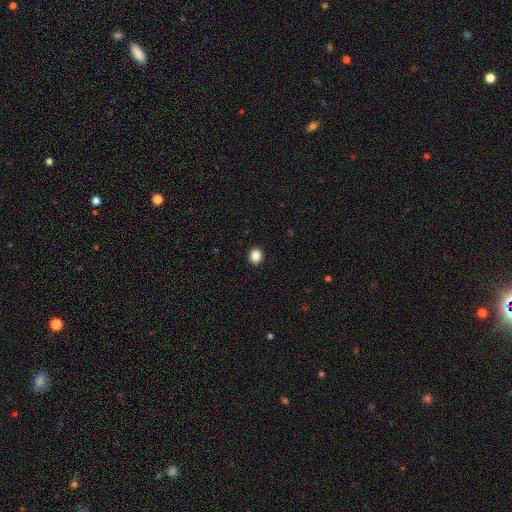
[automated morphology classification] Smooth or featured: smooth — 88% (star or artifact — 10%)
How rounded: round — 66% (in between — 33%)
Merging: none — 92% (minor disturbance — 5%)